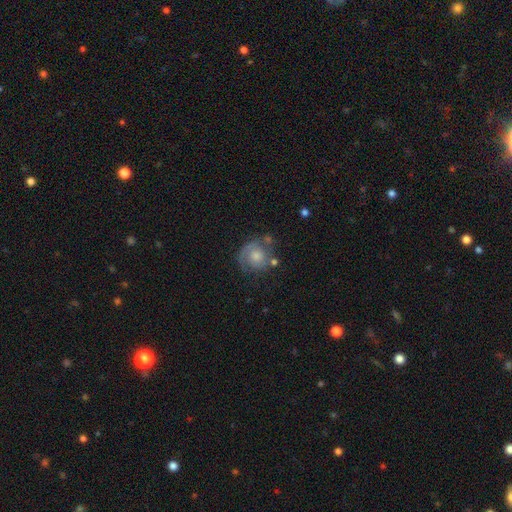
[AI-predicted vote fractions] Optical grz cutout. It shows a featured or disk galaxy (59%) with no bar (78%), spiral arms (84%) and a moderate central bulge (46%). Merging: none (60%).